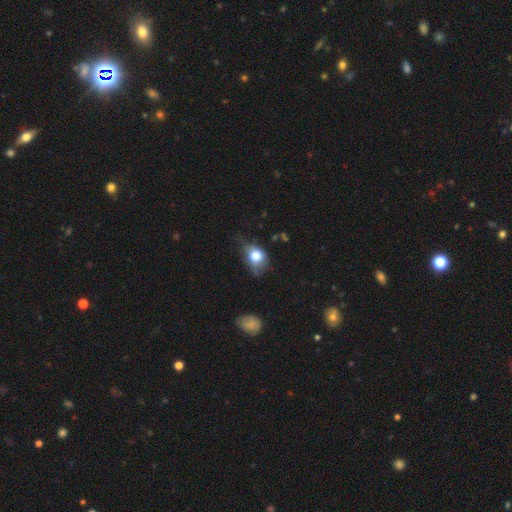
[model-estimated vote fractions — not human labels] smooth 71%, featured or disk 20%, star or artifact 9%. Down the decision tree: how rounded — in between (62%); merging — minor disturbance (38%).